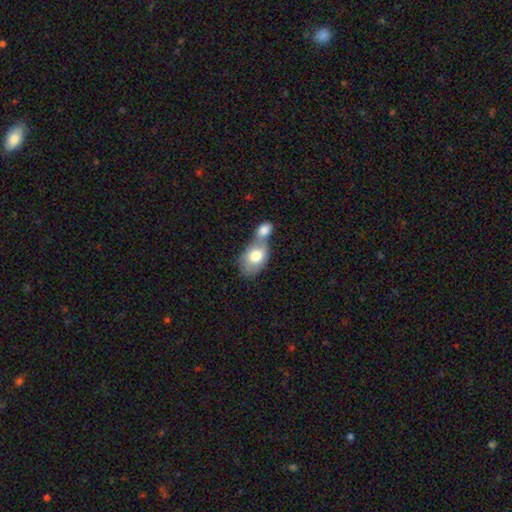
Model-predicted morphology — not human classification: This appears to be a smooth galaxy with no disk features (74%) that is in between round and cigar-shaped (82%). Merging: merger (71%).